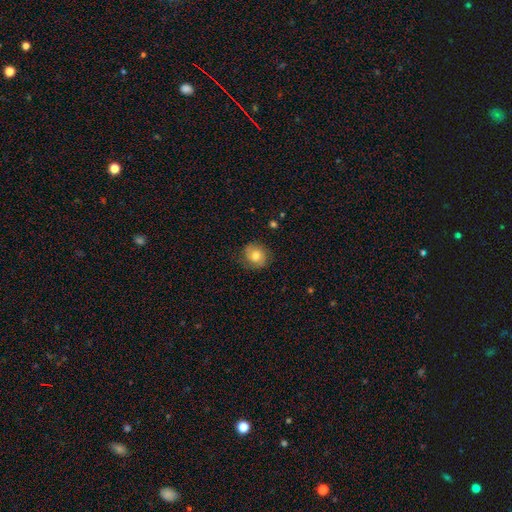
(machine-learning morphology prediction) Q: Smooth or featured?
A: smooth (65%); runner-up: featured or disk (26%)
Q: How rounded?
A: round (77%); runner-up: in between (22%)
Q: Merging?
A: none (78%); runner-up: minor disturbance (16%)